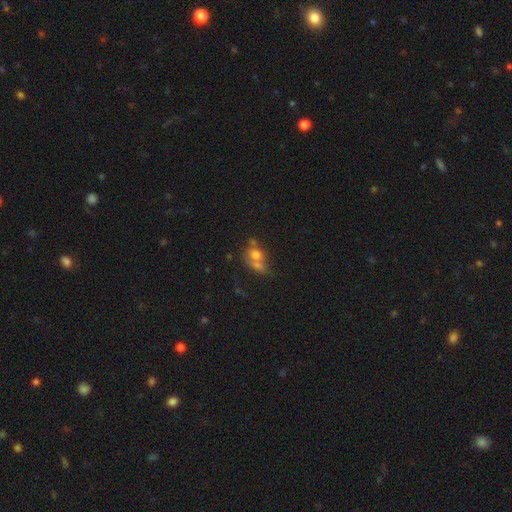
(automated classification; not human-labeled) Q: Smooth or featured?
A: smooth (59%); runner-up: featured or disk (25%)
Q: How rounded?
A: round (53%); runner-up: in between (44%)
Q: Merging?
A: merger (57%); runner-up: none (26%)